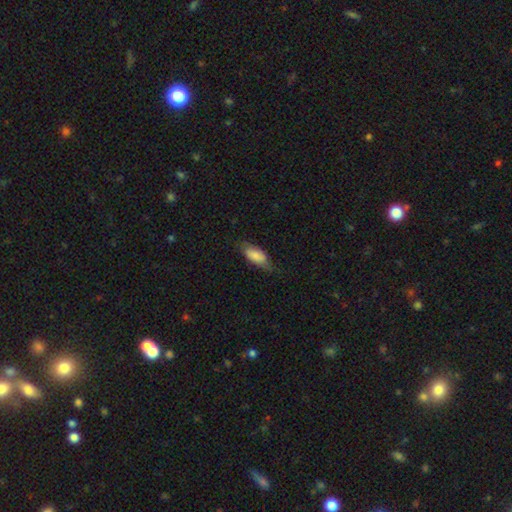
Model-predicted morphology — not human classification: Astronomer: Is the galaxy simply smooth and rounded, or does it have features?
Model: smooth — 78%.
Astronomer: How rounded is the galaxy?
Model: in between — 84%.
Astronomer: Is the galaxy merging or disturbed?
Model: none — 62%.